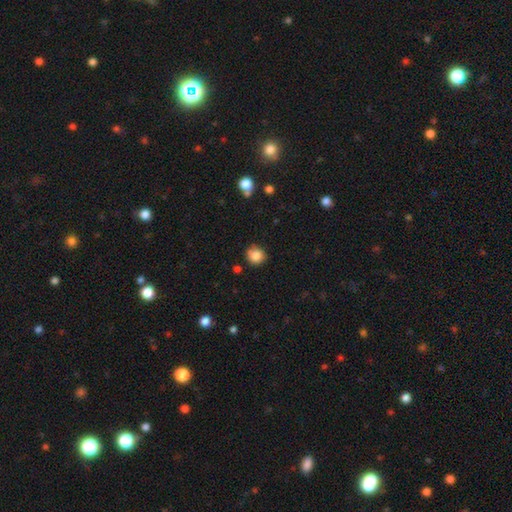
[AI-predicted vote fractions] A smooth galaxy with no disk features (84%) that is round (88%).

Vote fractions:
- Smooth or featured? smooth: 84% / star or artifact: 10% / featured or disk: 6%
- How rounded? round: 88% / in between: 11% / cigar-shaped: 1%
- Merging? none: 79% / minor disturbance: 14% / merger: 4% / major disturbance: 3%